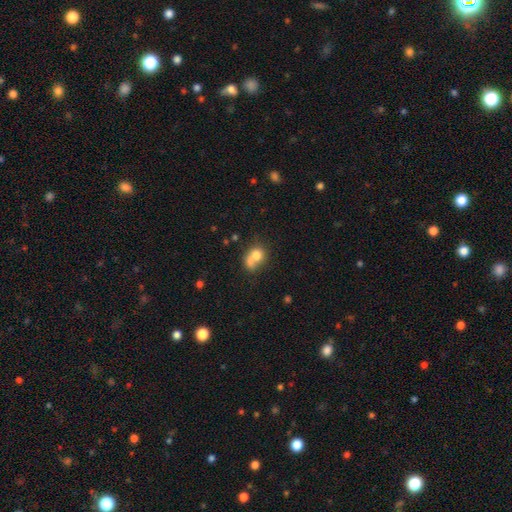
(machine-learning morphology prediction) Smooth or featured?
  - smooth: 71% *
  - featured or disk: 18%
  - star or artifact: 11%
How rounded?
  - round: 56% *
  - in between: 43%
  - cigar-shaped: 1%
Merging?
  - merger: 48% *
  - none: 27%
  - minor disturbance: 13%
  - major disturbance: 12%